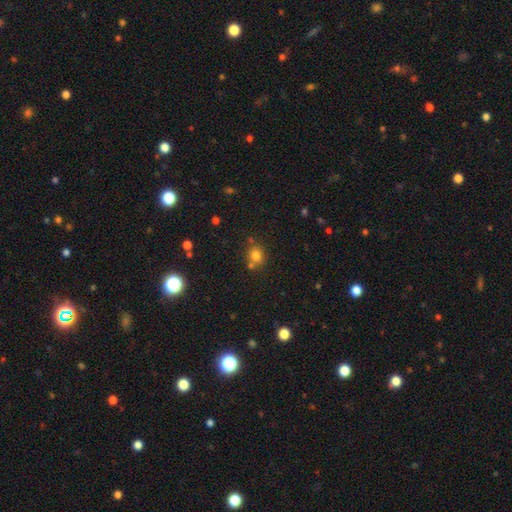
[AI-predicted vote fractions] smooth 77%, star or artifact 16%, featured or disk 8%. Down the decision tree: how rounded — round (77%); merging — none (65%).